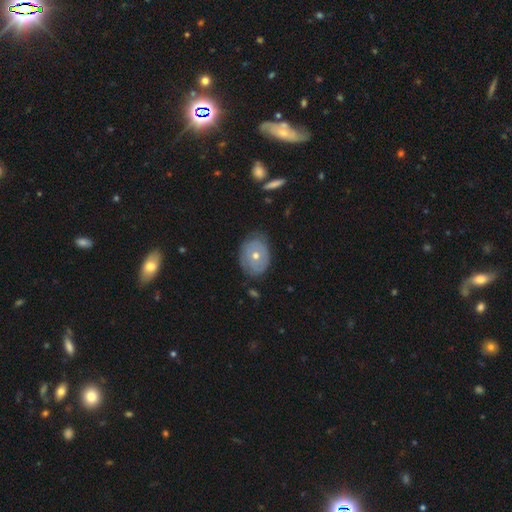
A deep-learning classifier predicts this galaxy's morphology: Q: Smooth or featured?
A: featured or disk (53%); runner-up: smooth (38%)
Q: Edge-on disk?
A: no (93%); runner-up: yes (7%)
Q: Merging?
A: none (76%); runner-up: minor disturbance (18%)